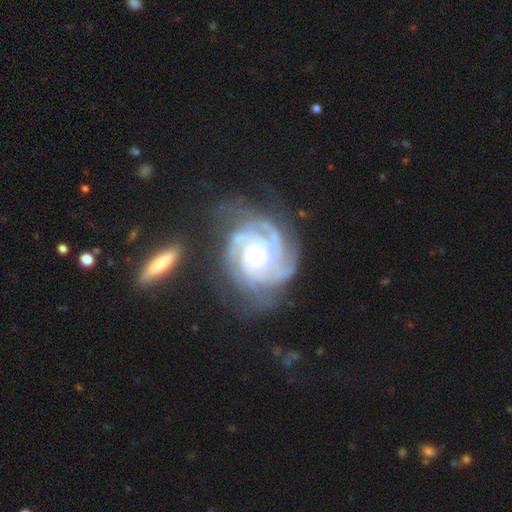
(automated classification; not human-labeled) This appears to be a featured or disk galaxy (91%) with no bar (65%), 3 (29%) tight (70%) spiral arms (98%) and a moderate central bulge (65%). Merging: none (67%).